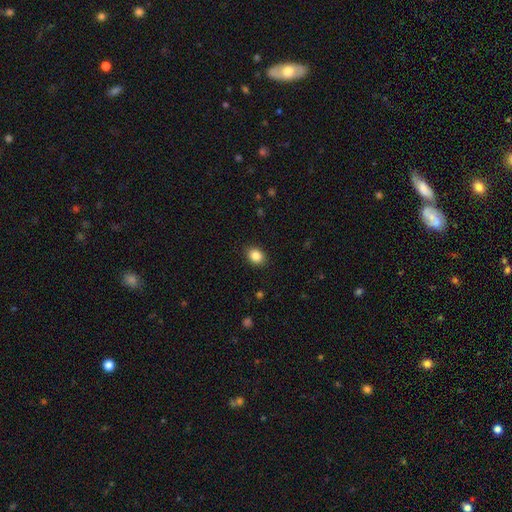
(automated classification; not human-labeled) A smooth galaxy with no disk features (85%) that is in between round and cigar-shaped (61%).

Vote fractions:
- Smooth or featured? smooth: 85% / star or artifact: 9% / featured or disk: 5%
- How rounded? in between: 61% / round: 38% / cigar-shaped: 1%
- Merging? none: 89% / minor disturbance: 8% / major disturbance: 2% / merger: 1%